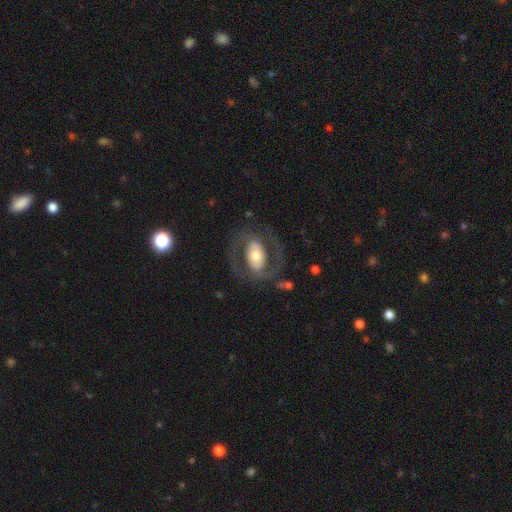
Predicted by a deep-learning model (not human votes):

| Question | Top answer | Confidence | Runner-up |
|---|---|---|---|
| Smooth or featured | featured or disk | 75% | smooth (20%) |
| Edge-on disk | no | 96% | yes (4%) |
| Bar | no | 41% | weak (31%) |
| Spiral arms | yes | 74% | no (26%) |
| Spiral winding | medium | 51% | tight (29%) |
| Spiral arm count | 2 | 86% | can't tell (7%) |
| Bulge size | moderate | 60% | large (22%) |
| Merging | none | 71% | major disturbance (14%) |